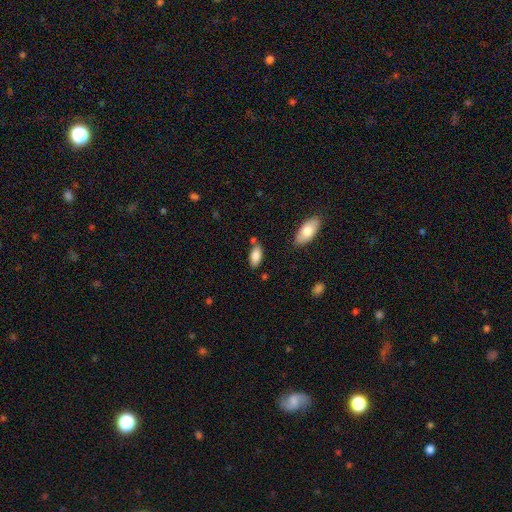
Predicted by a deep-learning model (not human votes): This appears to be a smooth galaxy with no disk features (85%) that is in between round and cigar-shaped (90%). Merging: none (71%).